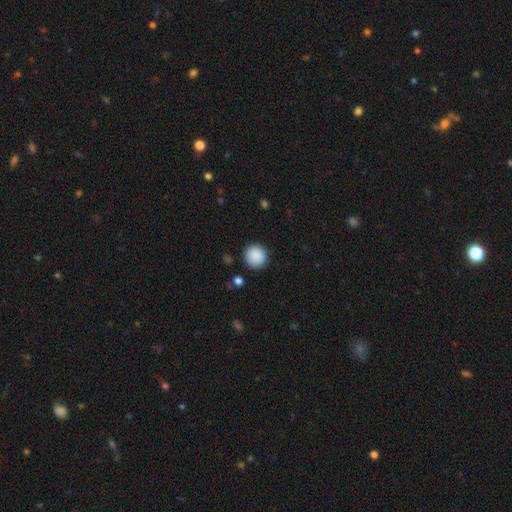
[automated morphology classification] This appears to be a smooth galaxy with no disk features (89%) that is round (94%). Merging: none (90%).